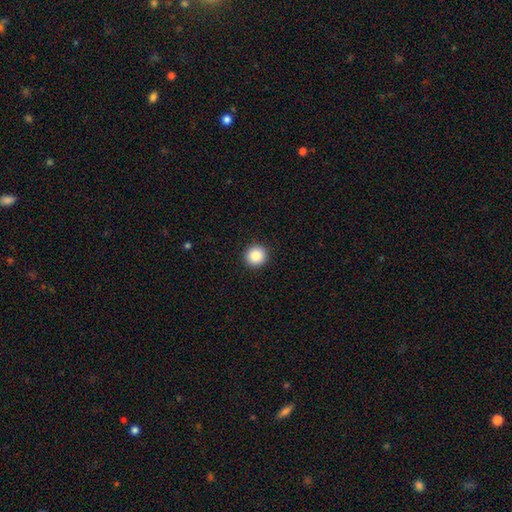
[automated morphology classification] A smooth galaxy with no disk features (88%) that is round (95%).

Vote fractions:
- Smooth or featured? smooth: 88% / star or artifact: 9% / featured or disk: 3%
- How rounded? round: 95% / in between: 4% / cigar-shaped: 1%
- Merging? none: 93% / minor disturbance: 4% / major disturbance: 2% / merger: 1%